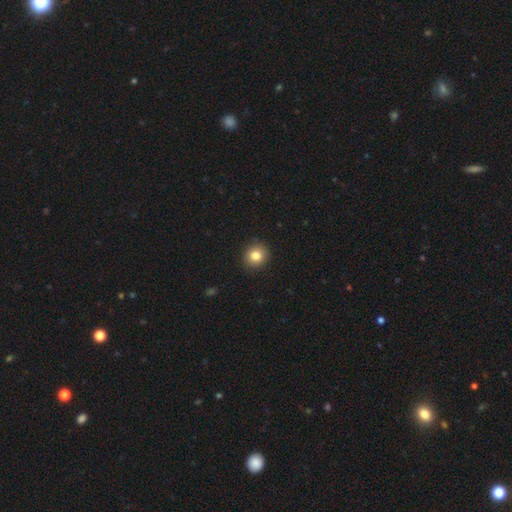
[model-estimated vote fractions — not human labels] Smooth or featured? Predicted: smooth (p=0.83). How rounded? Predicted: round (p=0.87). Merging? Predicted: none (p=0.91).